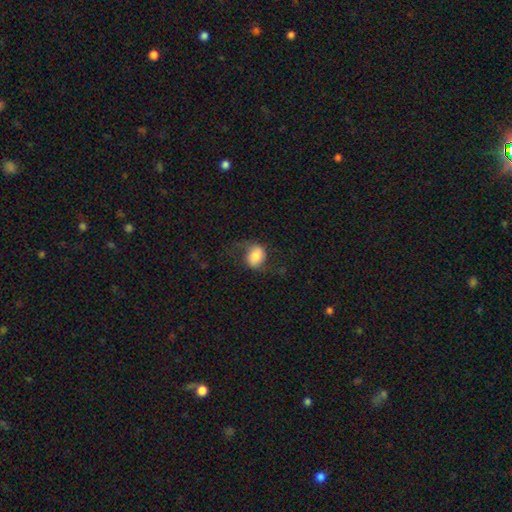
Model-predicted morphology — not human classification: type=smooth (62%); roundness=in between (60%); merging=none (60%).